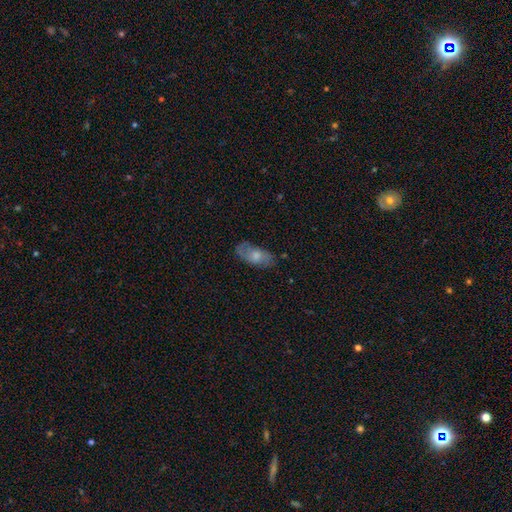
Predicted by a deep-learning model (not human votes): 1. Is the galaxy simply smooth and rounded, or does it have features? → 54% smooth, 38% featured or disk, 7% star or artifact.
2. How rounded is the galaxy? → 90% in between, 6% cigar-shaped, 4% round.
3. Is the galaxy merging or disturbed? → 67% none, 23% minor disturbance, 8% major disturbance, 2% merger.